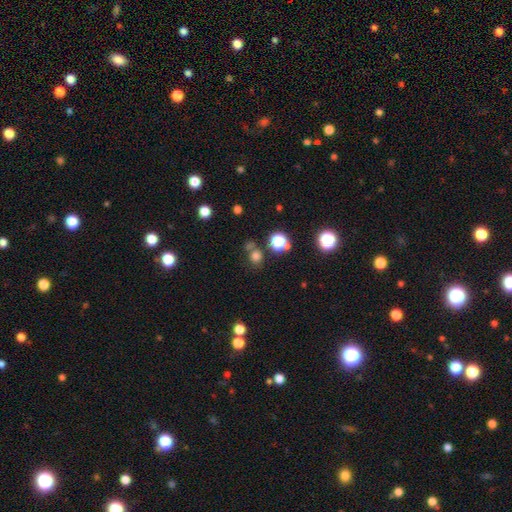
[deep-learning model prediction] This appears to be a smooth galaxy with no disk features (68%) that is round (82%). Merging: none (67%).